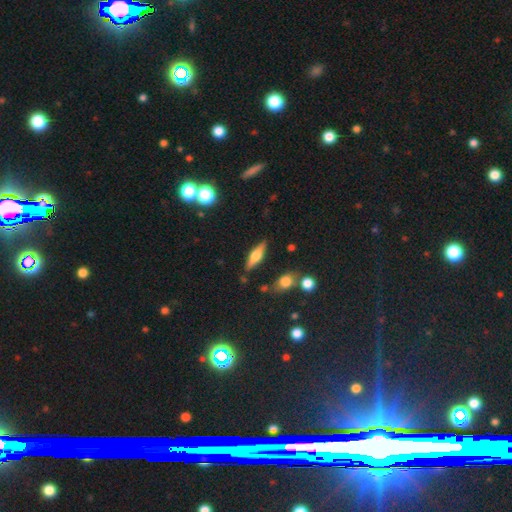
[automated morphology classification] Smooth or featured? featured or disk (50%)
Edge-on disk? yes (93%)
Merging? none (83%)